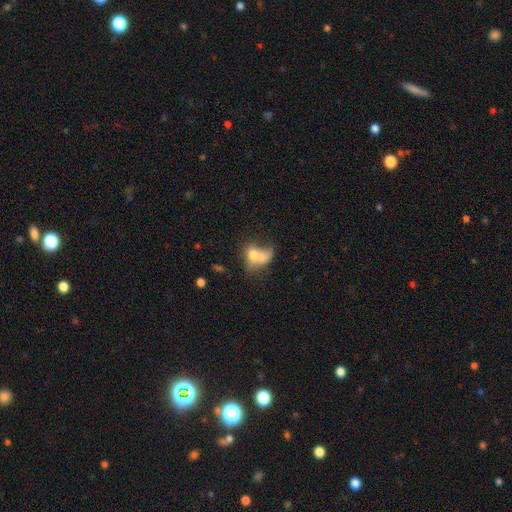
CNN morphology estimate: smooth_or_featured: smooth (p=0.66) [alt: featured or disk p=0.23]
how_rounded: in between (p=0.65) [alt: round p=0.33]
merging: merger (p=0.60) [alt: none p=0.17]